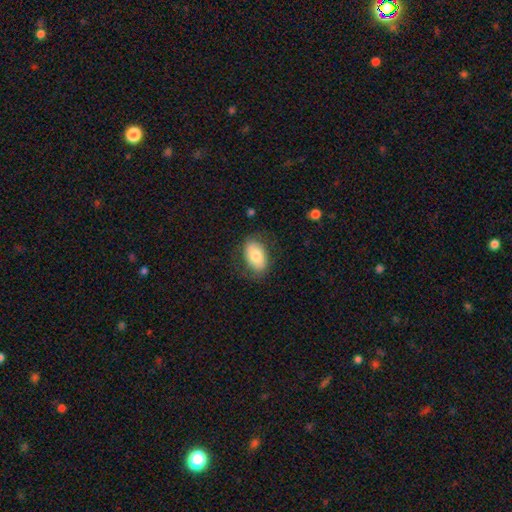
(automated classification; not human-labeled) Smooth or featured? Predicted: smooth (p=0.74). How rounded? Predicted: in between (p=0.91). Merging? Predicted: none (p=0.77).